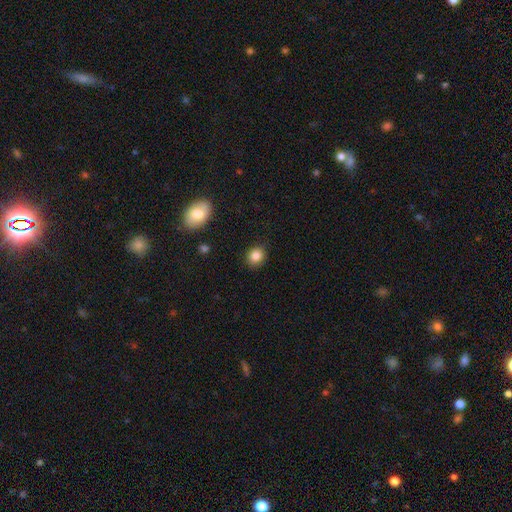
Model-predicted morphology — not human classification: Q: Smooth or featured?
A: smooth (85%); runner-up: star or artifact (10%)
Q: How rounded?
A: round (71%); runner-up: in between (28%)
Q: Merging?
A: none (88%); runner-up: minor disturbance (8%)